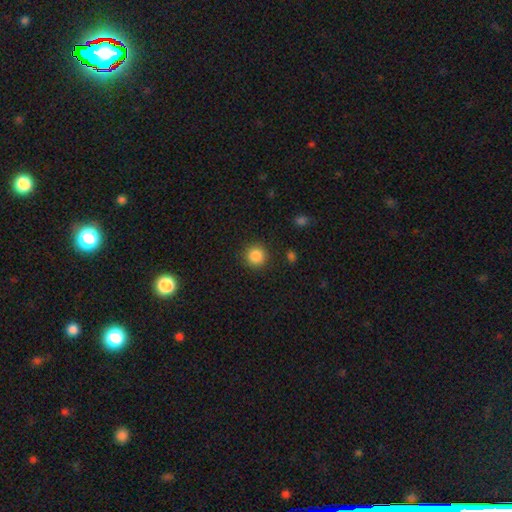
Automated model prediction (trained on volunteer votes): Overall: smooth (86%). How rounded: round (94%). Merging: none (90%).